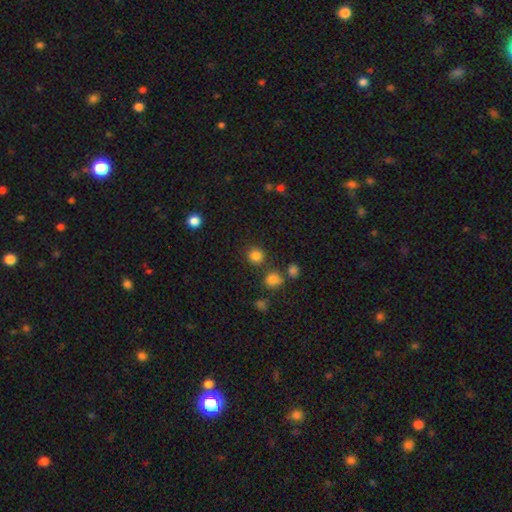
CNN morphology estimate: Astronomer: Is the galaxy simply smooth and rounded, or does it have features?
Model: smooth — 81%.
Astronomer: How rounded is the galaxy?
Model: round — 91%.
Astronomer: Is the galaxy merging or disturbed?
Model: none — 82%.